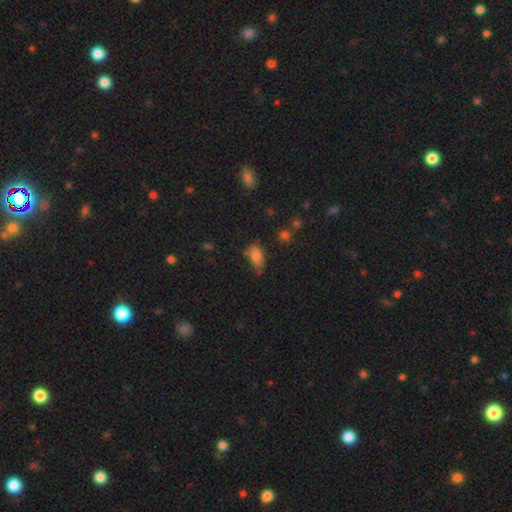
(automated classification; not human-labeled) Smooth or featured? Predicted: smooth (p=0.80). How rounded? Predicted: in between (p=0.90). Merging? Predicted: none (p=0.49).